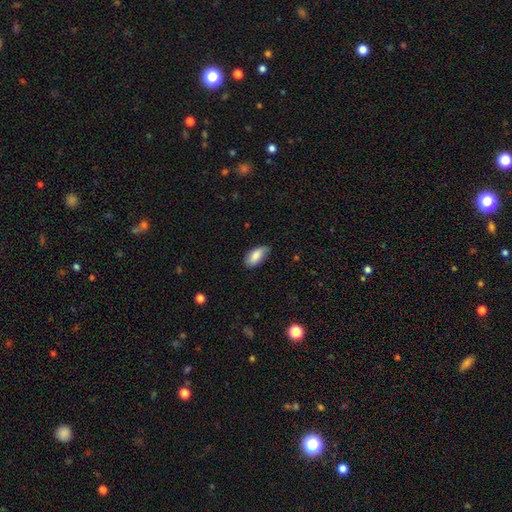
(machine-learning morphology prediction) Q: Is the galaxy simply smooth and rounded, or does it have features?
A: smooth — 83%.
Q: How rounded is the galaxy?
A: in between — 91%.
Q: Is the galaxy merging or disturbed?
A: none — 67%.